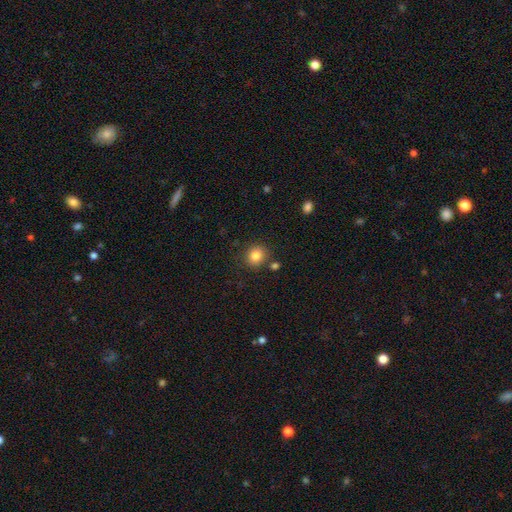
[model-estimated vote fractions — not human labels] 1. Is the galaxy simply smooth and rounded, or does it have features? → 83% smooth, 11% star or artifact, 6% featured or disk.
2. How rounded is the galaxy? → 80% round, 19% in between, 1% cigar-shaped.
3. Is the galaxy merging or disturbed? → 83% none, 9% minor disturbance, 6% merger, 3% major disturbance.